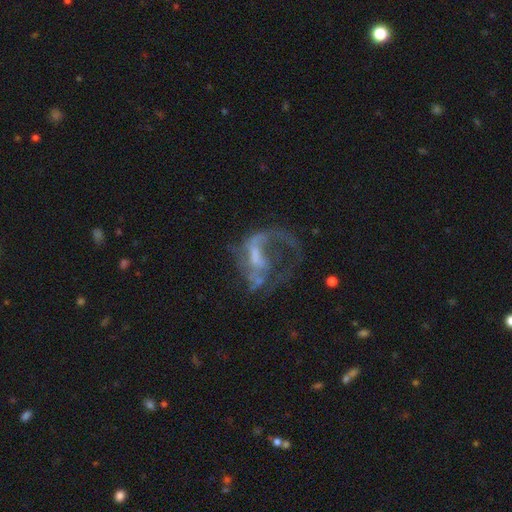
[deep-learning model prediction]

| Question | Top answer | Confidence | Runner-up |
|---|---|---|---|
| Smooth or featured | featured or disk | 76% | smooth (13%) |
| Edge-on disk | no | 97% | yes (3%) |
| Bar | no | 44% | weak (41%) |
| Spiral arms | yes | 68% | no (32%) |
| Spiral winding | loose | 55% | medium (33%) |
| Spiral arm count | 1 | 58% | 2 (23%) |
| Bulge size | none | 35% | small (33%) |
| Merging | major disturbance | 50% | none (31%) |